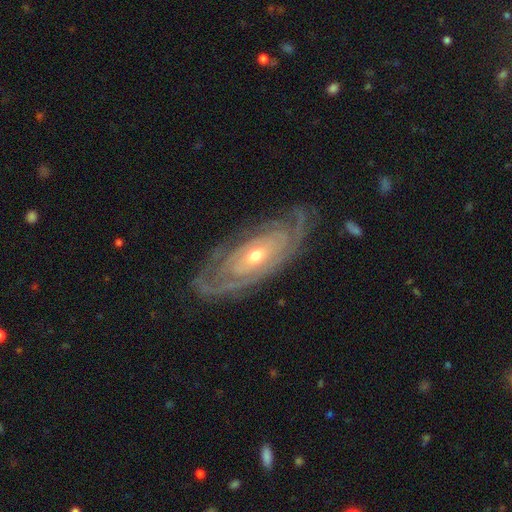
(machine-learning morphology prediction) A featured or disk galaxy (88%) with no bar (75%), tight (79%) spiral arms (93%) and a moderate central bulge (53%).

Vote fractions:
- Smooth or featured? featured or disk: 88% / smooth: 7% / star or artifact: 5%
- Edge-on disk? no: 91% / yes: 9%
- Bar? no: 75% / weak: 17% / strong: 7%
- Spiral arms? yes: 93% / no: 7%
- Spiral winding? tight: 79% / medium: 16% / loose: 5%
- Spiral arm count? can't tell: 37% / 2: 25% / 3: 15% / 4: 10% / more than 4: 7% / 1: 6%
- Bulge size? moderate: 53% / small: 42% / large: 3% / dominant: 1% / none: 1%
- Merging? none: 76% / minor disturbance: 16% / major disturbance: 7% / merger: 1%